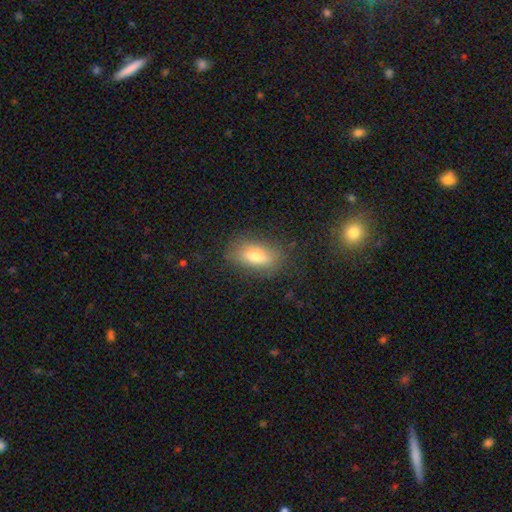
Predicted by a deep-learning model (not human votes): smooth_or_featured: smooth (p=0.71) [alt: featured or disk p=0.19]
how_rounded: in between (p=0.83) [alt: cigar-shaped p=0.11]
merging: none (p=0.79) [alt: minor disturbance p=0.15]